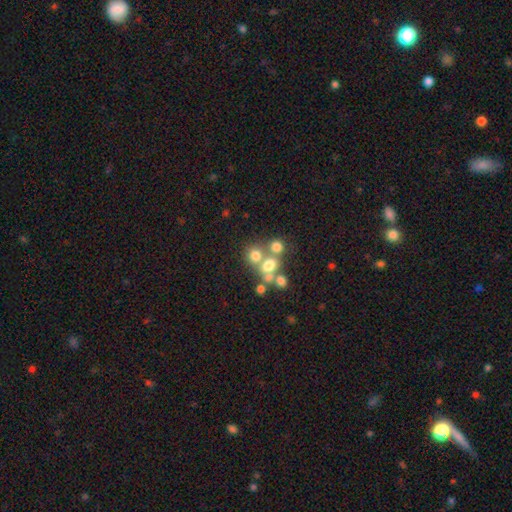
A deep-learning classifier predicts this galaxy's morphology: type=smooth (62%); roundness=round (75%); merging=merger (44%).